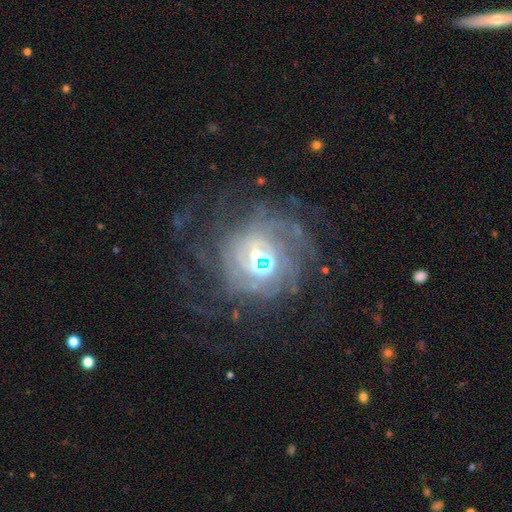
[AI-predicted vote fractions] Overall: featured or disk (80%). Edge-on disk: no (97%). Bar: no (41%; weak 38%). Spiral arms: yes (89%). Spiral arm count: can't tell (42%; more than 4 14%). Spiral winding: tight (63%; medium 26%). Bulge size: moderate (46%; small 26%). Merging: none (61%).